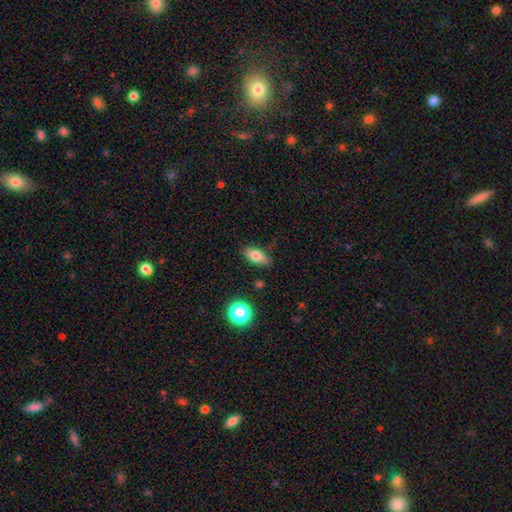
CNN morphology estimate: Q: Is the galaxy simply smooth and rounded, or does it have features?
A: smooth — 74%.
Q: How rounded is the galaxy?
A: in between — 82%.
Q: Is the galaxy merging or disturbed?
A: none — 81%.